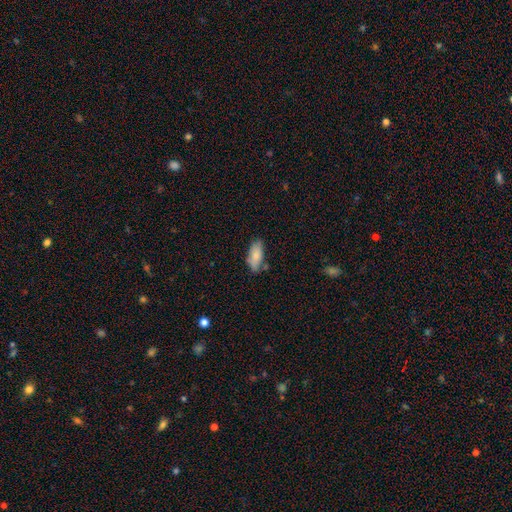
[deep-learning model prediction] Morphology: type=smooth (81%); roundness=in between (85%); merging=none (66%).